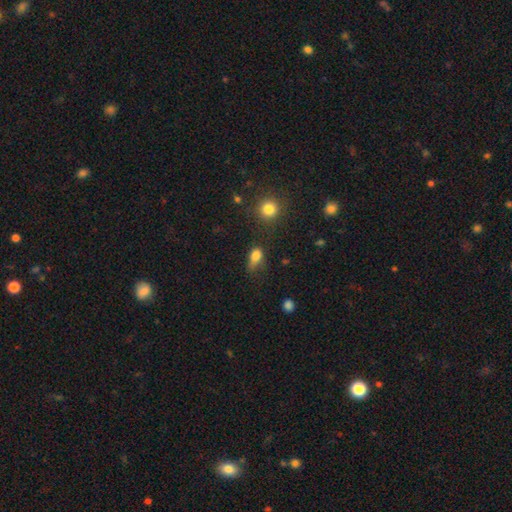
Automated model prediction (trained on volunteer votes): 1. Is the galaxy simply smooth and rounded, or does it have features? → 80% smooth, 12% star or artifact, 8% featured or disk.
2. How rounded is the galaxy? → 79% in between, 16% round, 5% cigar-shaped.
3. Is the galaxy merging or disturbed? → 43% none, 34% minor disturbance, 19% major disturbance, 4% merger.